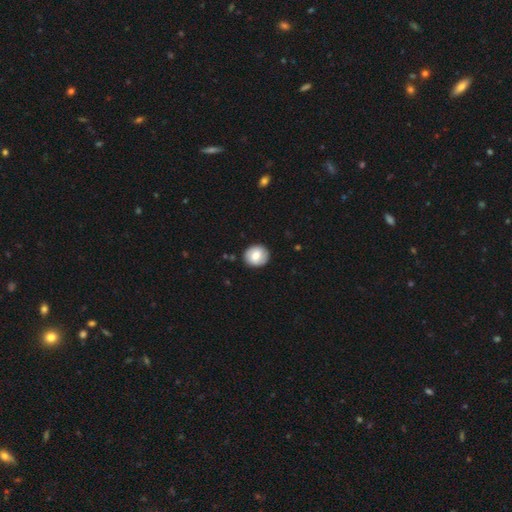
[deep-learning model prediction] The model was most divided on "smooth or featured": smooth: 71%, featured or disk: 22%, star or artifact: 7%. More confident: merging — none (88%); how rounded — round (79%).